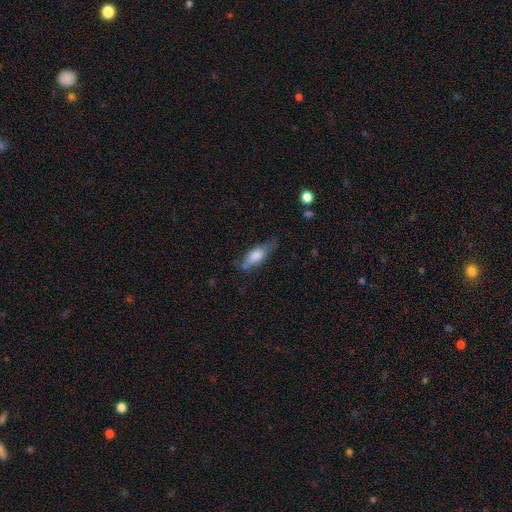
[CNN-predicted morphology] A smooth galaxy with no disk features (63%) that is in between round and cigar-shaped (63%).

Vote fractions:
- Smooth or featured? smooth: 63% / featured or disk: 30% / star or artifact: 7%
- How rounded? in between: 63% / cigar-shaped: 34% / round: 3%
- Merging? none: 54% / minor disturbance: 31% / major disturbance: 10% / merger: 4%